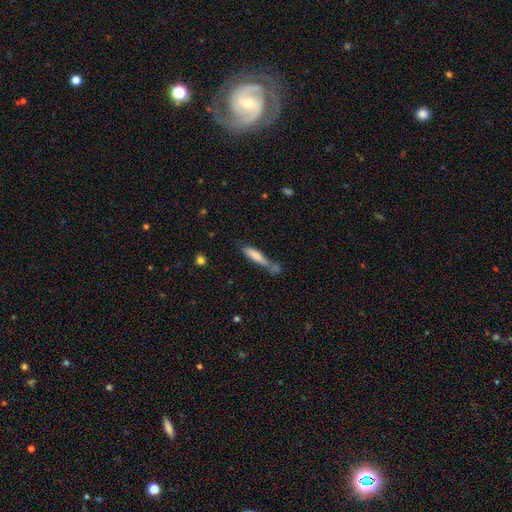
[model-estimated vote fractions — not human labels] This appears to be a smooth galaxy with no disk features (76%) that is cigar-shaped (77%). Merging: none (42%).